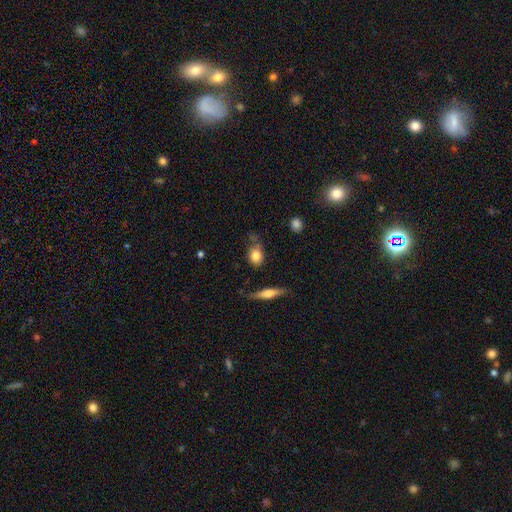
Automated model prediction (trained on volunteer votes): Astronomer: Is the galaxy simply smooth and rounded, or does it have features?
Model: smooth — 81%.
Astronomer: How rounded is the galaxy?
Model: in between — 49% (runner-up: round, 46%).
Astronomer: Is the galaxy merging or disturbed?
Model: none — 58%.